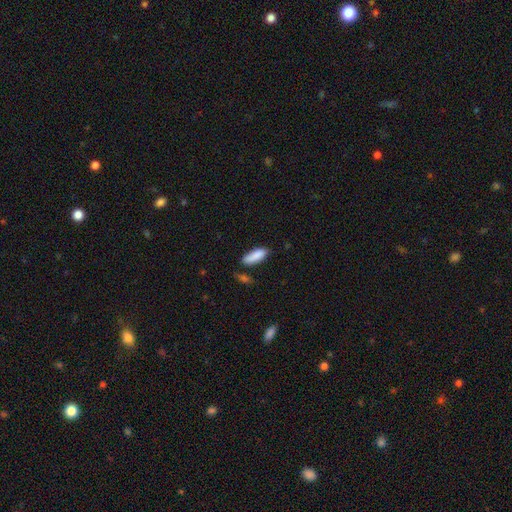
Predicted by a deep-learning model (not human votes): Q: Smooth or featured?
A: smooth (88%); runner-up: star or artifact (6%)
Q: How rounded?
A: in between (68%); runner-up: cigar-shaped (30%)
Q: Merging?
A: none (68%); runner-up: minor disturbance (22%)